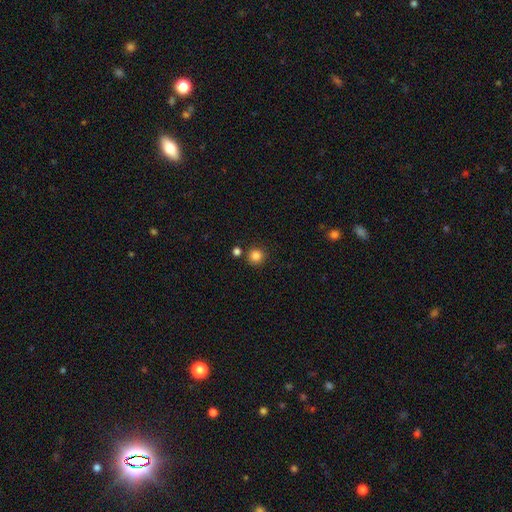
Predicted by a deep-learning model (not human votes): Q: Smooth or featured?
A: smooth (84%); runner-up: star or artifact (12%)
Q: How rounded?
A: round (94%); runner-up: in between (5%)
Q: Merging?
A: none (83%); runner-up: minor disturbance (7%)